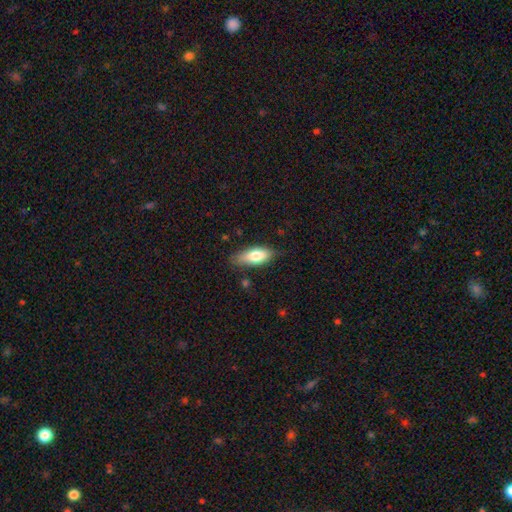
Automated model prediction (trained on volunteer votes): Smooth or featured? Predicted: smooth (p=0.76). How rounded? Predicted: in between (p=0.77). Merging? Predicted: none (p=0.76).